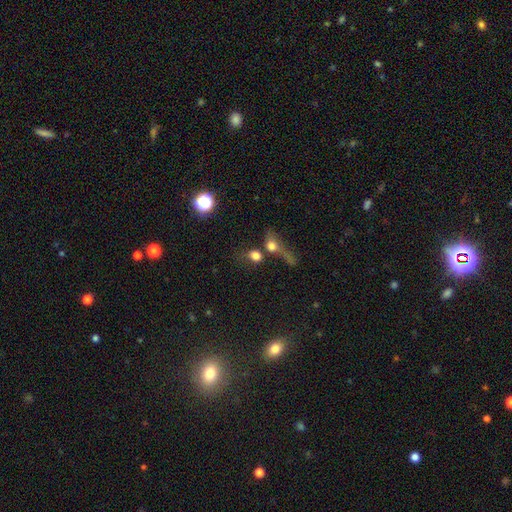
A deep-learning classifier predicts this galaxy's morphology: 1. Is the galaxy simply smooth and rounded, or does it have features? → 72% smooth, 15% star or artifact, 14% featured or disk.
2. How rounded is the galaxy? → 59% round, 38% in between, 4% cigar-shaped.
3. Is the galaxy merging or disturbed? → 44% merger, 30% none, 15% major disturbance, 10% minor disturbance.